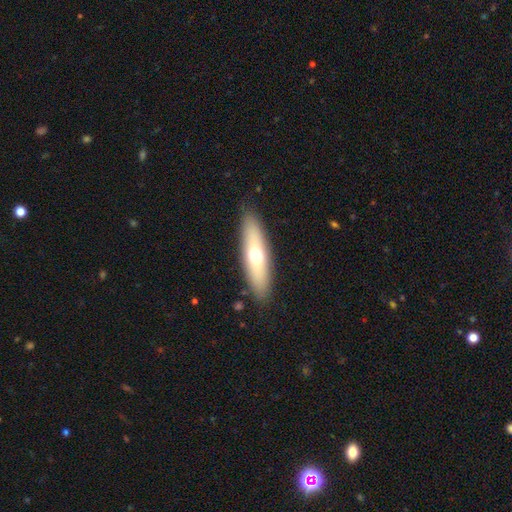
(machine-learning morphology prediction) Q: Smooth or featured?
A: smooth (59%); runner-up: featured or disk (34%)
Q: How rounded?
A: cigar-shaped (58%); runner-up: in between (39%)
Q: Merging?
A: none (88%); runner-up: minor disturbance (9%)